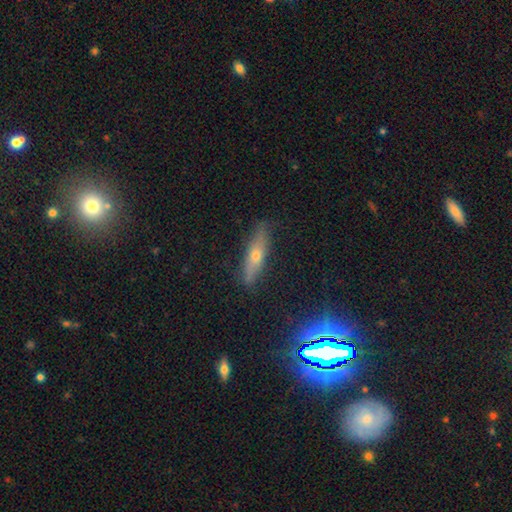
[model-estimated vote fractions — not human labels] This appears to be a featured or disk galaxy (43%). Merging: none (85%).